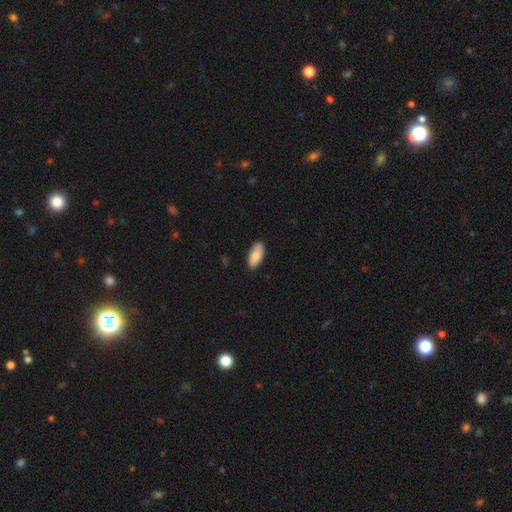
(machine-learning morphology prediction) smooth-or-featured: smooth: 85% | featured or disk: 9% | star or artifact: 6%
  how-rounded: in between: 88% | cigar-shaped: 11% | round: 2%
  merging: none: 87% | minor disturbance: 10% | major disturbance: 2% | merger: 1%